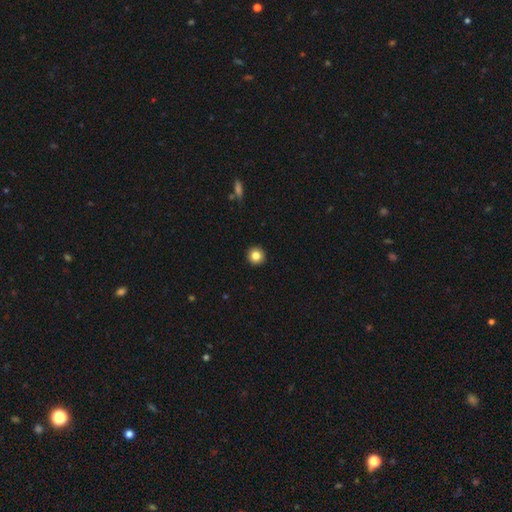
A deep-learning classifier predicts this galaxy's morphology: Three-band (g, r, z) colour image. It shows a smooth galaxy with no disk features (83%) that is round (95%). Merging: none (94%).